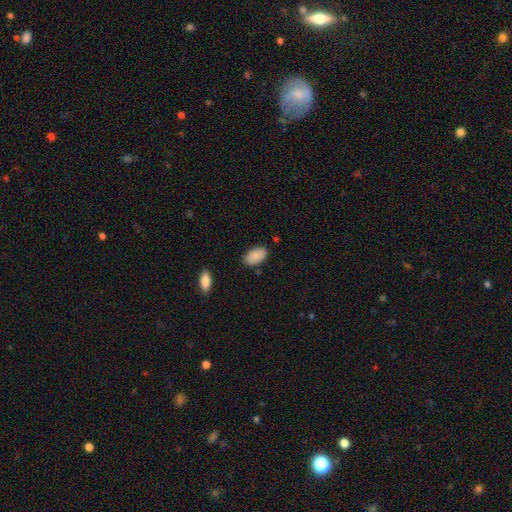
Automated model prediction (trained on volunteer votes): Overall: smooth (88%). How rounded: in between (95%). Merging: none (82%).